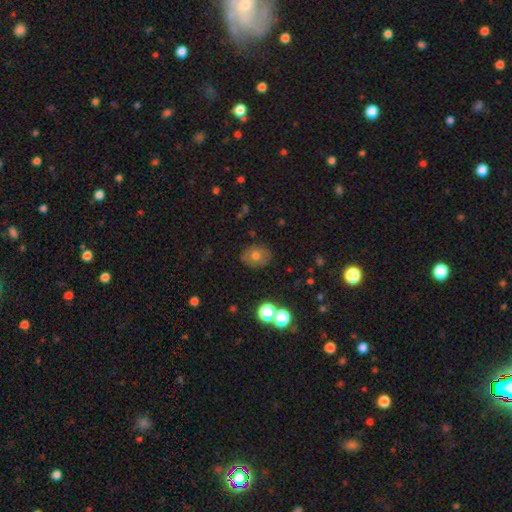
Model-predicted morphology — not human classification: Q: Smooth or featured?
A: smooth (64%); runner-up: featured or disk (24%)
Q: How rounded?
A: round (61%); runner-up: in between (39%)
Q: Merging?
A: none (83%); runner-up: minor disturbance (11%)